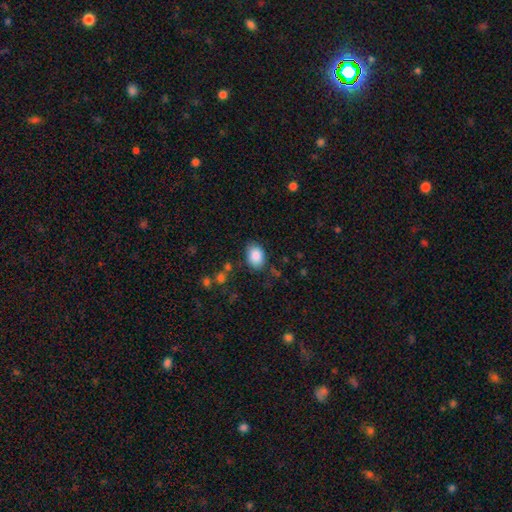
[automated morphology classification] Smooth or featured? smooth (87%)
How rounded? in between (73%)
Merging? none (79%)